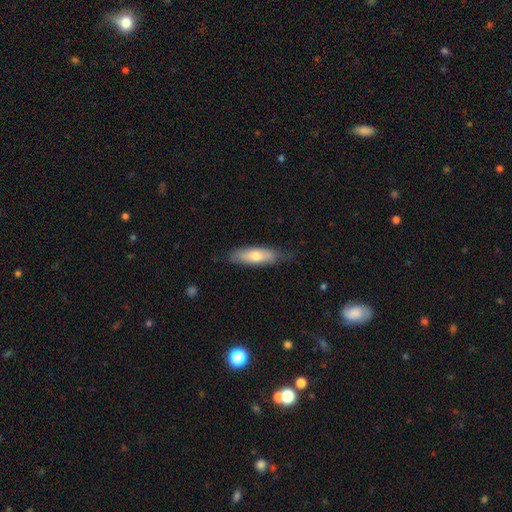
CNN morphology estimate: smooth_or_featured: smooth (p=0.68) [alt: featured or disk p=0.26]
how_rounded: in between (p=0.54) [alt: cigar-shaped p=0.44]
merging: none (p=0.73) [alt: minor disturbance p=0.21]